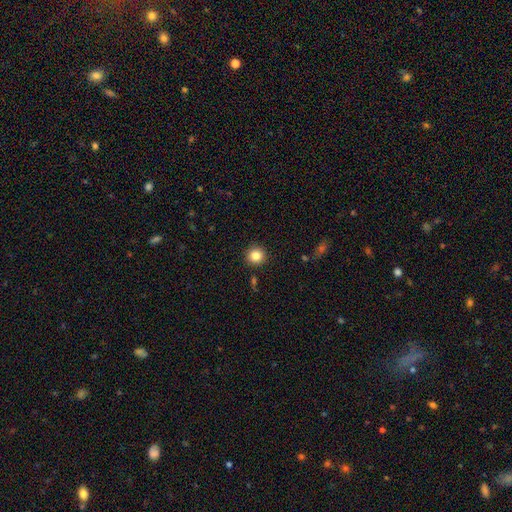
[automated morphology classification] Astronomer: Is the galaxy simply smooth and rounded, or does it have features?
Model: smooth — 84%.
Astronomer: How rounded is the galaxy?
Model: round — 94%.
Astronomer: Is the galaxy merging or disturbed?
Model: none — 91%.